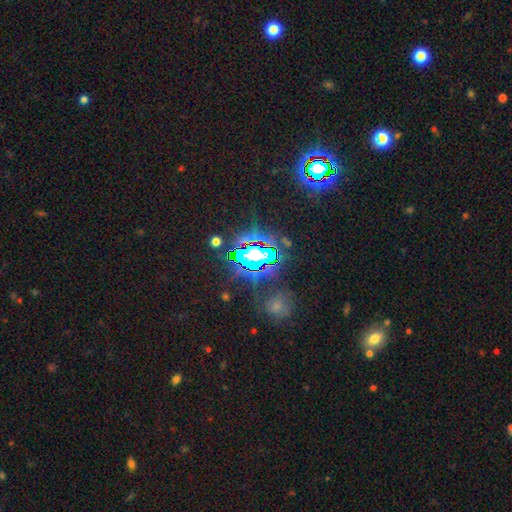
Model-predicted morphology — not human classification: Smooth or featured?
  - star or artifact: 74% *
  - smooth: 15%
  - featured or disk: 11%